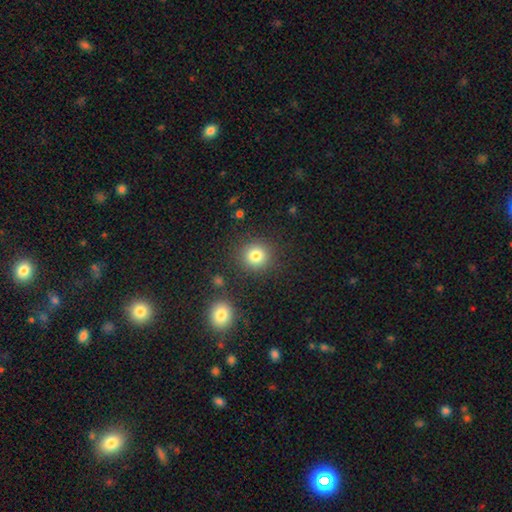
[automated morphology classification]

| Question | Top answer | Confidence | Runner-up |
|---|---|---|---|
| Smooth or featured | smooth | 81% | star or artifact (12%) |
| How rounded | round | 91% | in between (9%) |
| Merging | none | 86% | minor disturbance (7%) |